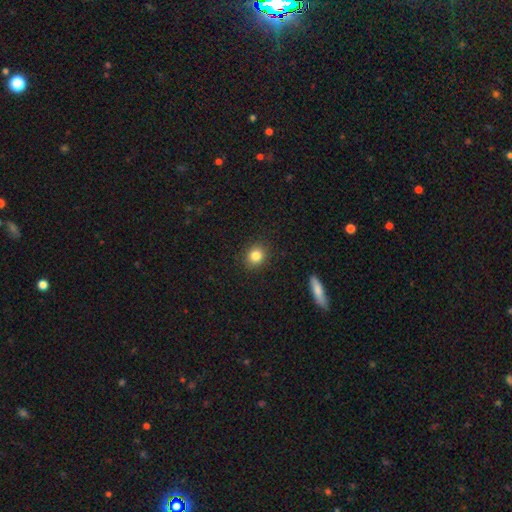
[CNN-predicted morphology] Overall: smooth (83%). How rounded: round (75%). Merging: none (90%).